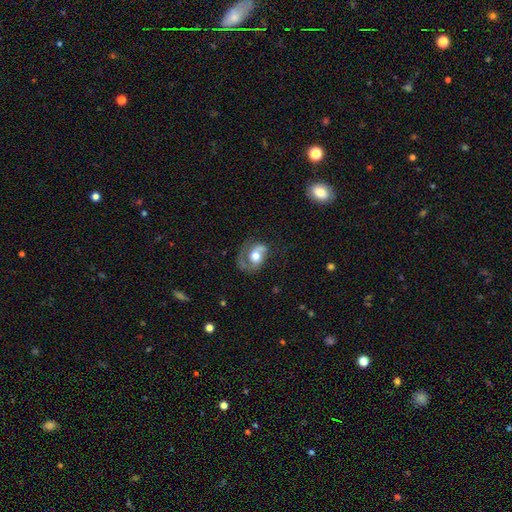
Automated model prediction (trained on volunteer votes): smooth_or_featured: featured or disk (p=0.67) [alt: smooth p=0.26]
disk_edge_on: no (p=0.97) [alt: yes p=0.03]
bar: no (p=0.67) [alt: weak p=0.25]
has_spiral_arms: yes (p=0.86) [alt: no p=0.14]
spiral_winding: medium (p=0.44) [alt: loose p=0.31]
spiral_arm_count: 2 (p=0.51) [alt: 1 p=0.41]
bulge_size: moderate (p=0.60) [alt: large p=0.28]
merging: none (p=0.43) [alt: major disturbance p=0.30]